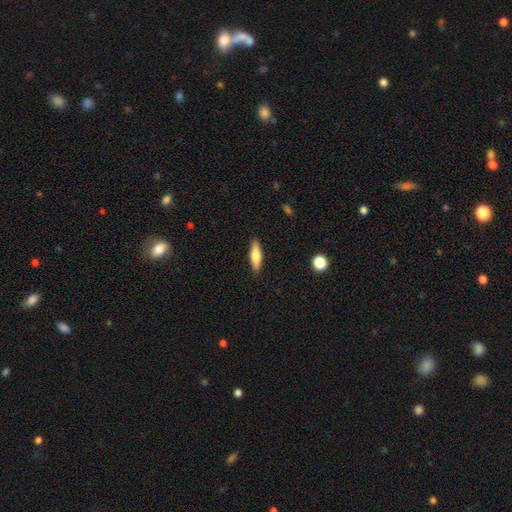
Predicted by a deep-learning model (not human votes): Smooth or featured? smooth (66%)
How rounded? cigar-shaped (61%)
Merging? none (90%)